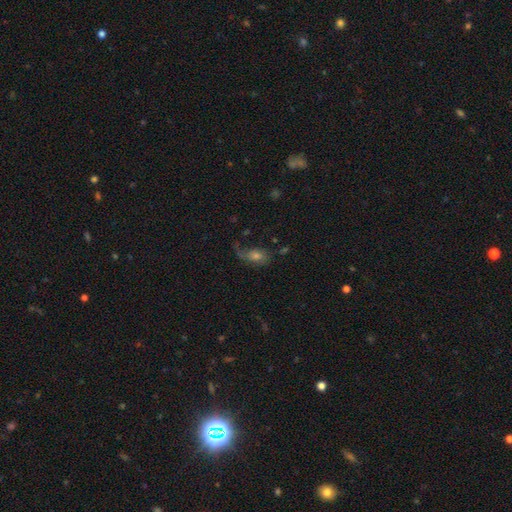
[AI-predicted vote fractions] smooth_or_featured: featured or disk (p=0.43) [alt: smooth p=0.39]
merging: none (p=0.44) [alt: major disturbance p=0.30]